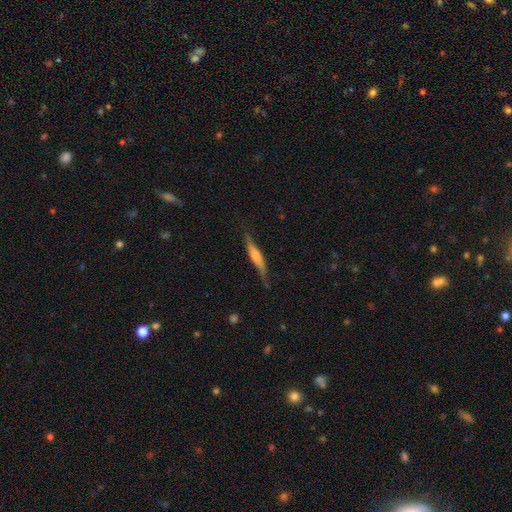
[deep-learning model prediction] smooth-or-featured: featured or disk: 48% | smooth: 47% | star or artifact: 6%
  merging: none: 68% | minor disturbance: 24% | major disturbance: 6% | merger: 2%